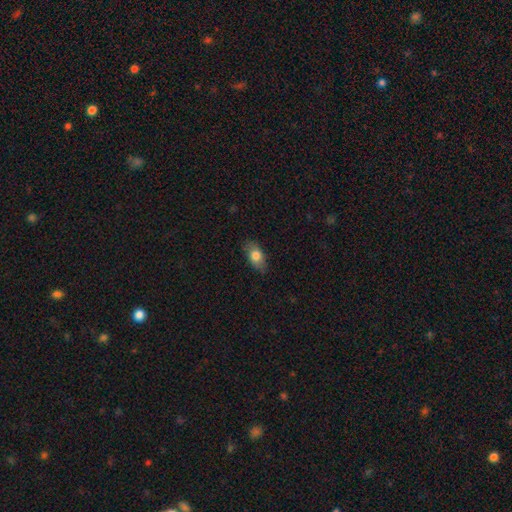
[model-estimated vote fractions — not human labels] Smooth or featured?
  - smooth: 78% *
  - featured or disk: 15%
  - star or artifact: 7%
How rounded?
  - in between: 88% *
  - round: 8%
  - cigar-shaped: 4%
Merging?
  - none: 82% *
  - minor disturbance: 14%
  - major disturbance: 3%
  - merger: 1%